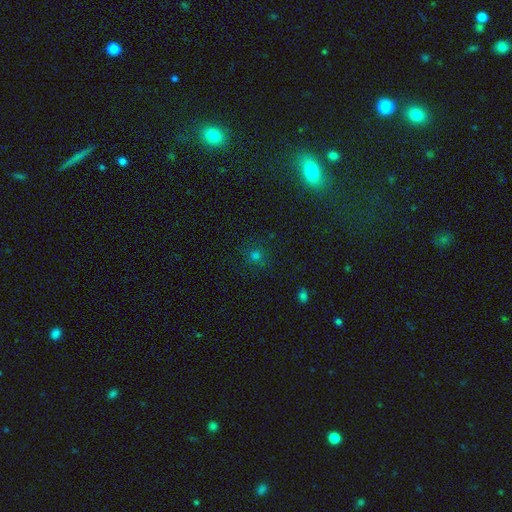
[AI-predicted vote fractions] Smooth or featured? Predicted: smooth (p=0.59). How rounded? Predicted: round (p=0.89). Merging? Predicted: none (p=0.85).